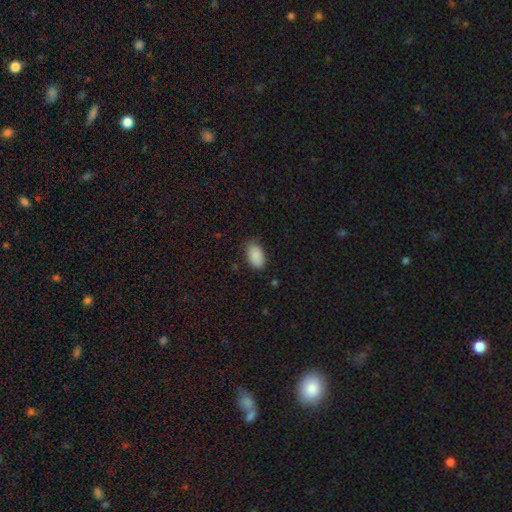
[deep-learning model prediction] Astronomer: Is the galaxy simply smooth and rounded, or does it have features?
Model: smooth — 89%.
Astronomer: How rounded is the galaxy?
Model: in between — 94%.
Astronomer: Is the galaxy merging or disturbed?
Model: none — 77%.